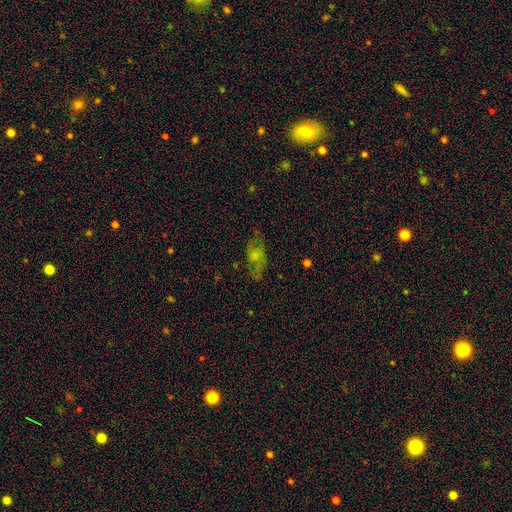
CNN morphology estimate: Overall: smooth (47%; featured or disk 38%). Merging: none (58%; minor disturbance 23%).